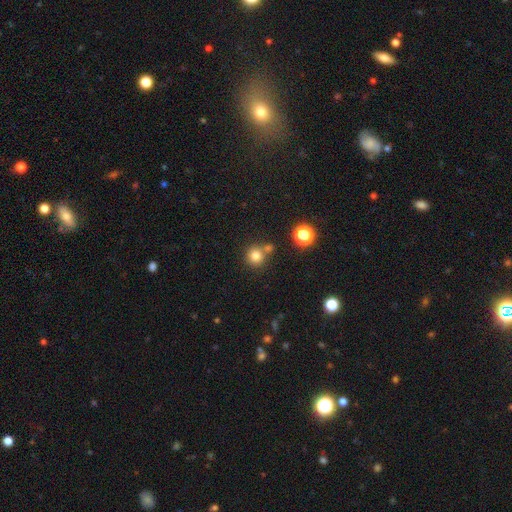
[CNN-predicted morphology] smooth 79%, star or artifact 14%, featured or disk 7%. Down the decision tree: how rounded — round (92%); merging — none (64%).